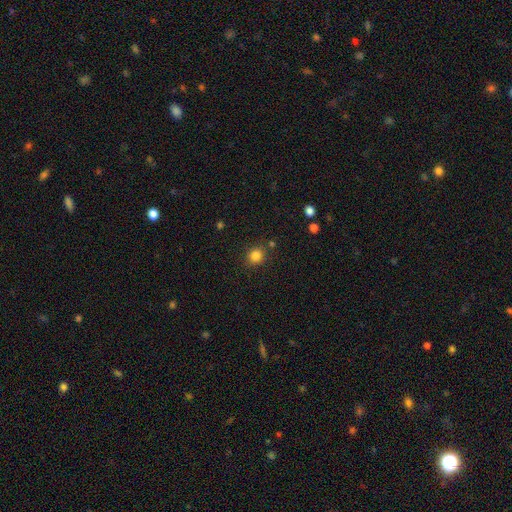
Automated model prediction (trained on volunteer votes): Smooth or featured: smooth — 83% (star or artifact — 12%)
How rounded: round — 80% (in between — 19%)
Merging: none — 82% (minor disturbance — 10%)